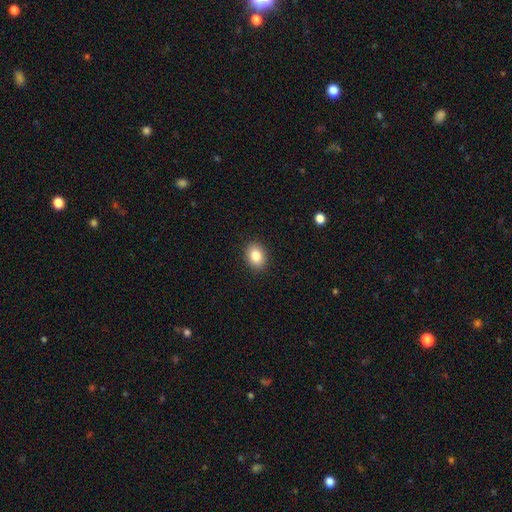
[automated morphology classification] smooth_or_featured: smooth (p=0.85) [alt: star or artifact p=0.09]
how_rounded: in between (p=0.63) [alt: round p=0.36]
merging: none (p=0.90) [alt: minor disturbance p=0.07]